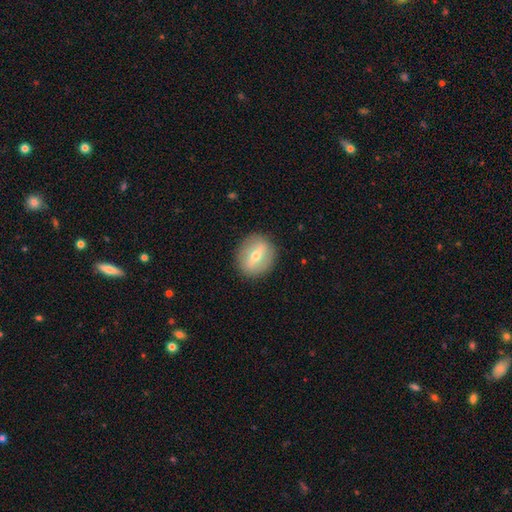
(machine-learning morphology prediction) Smooth or featured: featured or disk — 53% (smooth — 40%)
Edge-on disk: no — 82% (yes — 18%)
Merging: none — 87% (minor disturbance — 9%)